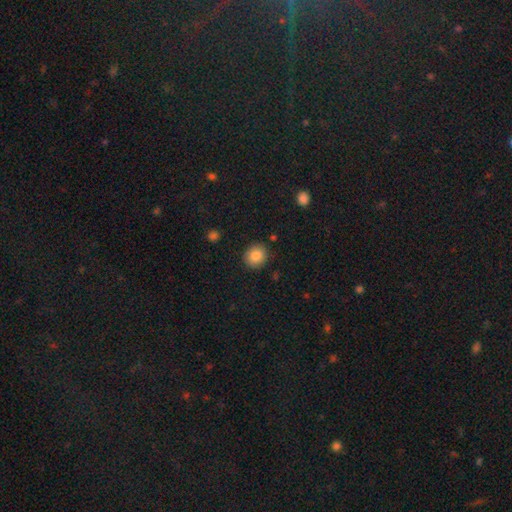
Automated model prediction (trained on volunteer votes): The model was most divided on "how rounded": round: 82%, in between: 17%, cigar-shaped: 1%. More confident: merging — none (88%); smooth or featured — smooth (85%).